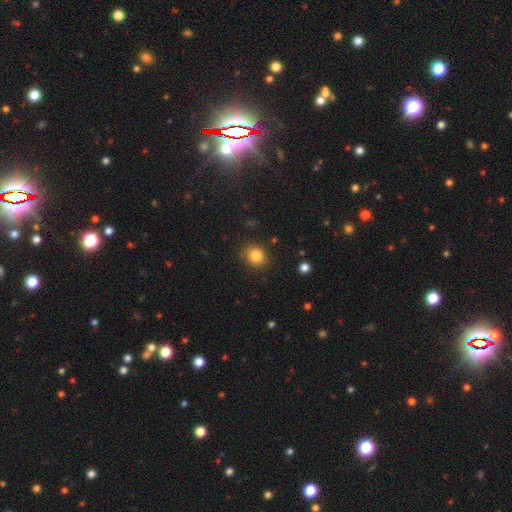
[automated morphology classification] smooth 85%, star or artifact 11%, featured or disk 5%. Down the decision tree: how rounded — round (81%); merging — none (86%).